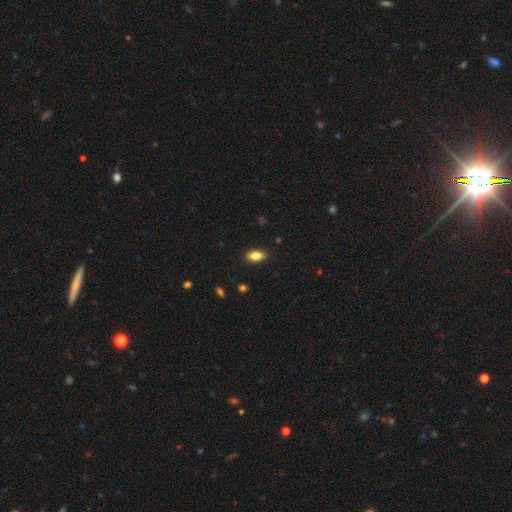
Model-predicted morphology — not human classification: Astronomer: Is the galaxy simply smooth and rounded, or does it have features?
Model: smooth — 81%.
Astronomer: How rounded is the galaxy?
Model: in between — 86%.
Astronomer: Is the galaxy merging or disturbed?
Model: none — 88%.